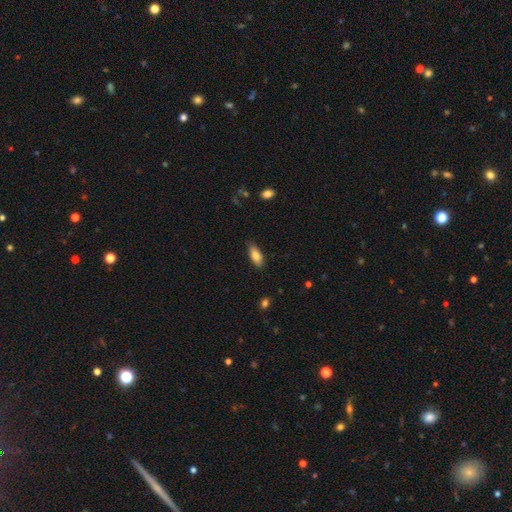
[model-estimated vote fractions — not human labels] Q: Smooth or featured?
A: smooth (82%); runner-up: featured or disk (12%)
Q: How rounded?
A: in between (77%); runner-up: cigar-shaped (21%)
Q: Merging?
A: none (84%); runner-up: minor disturbance (13%)